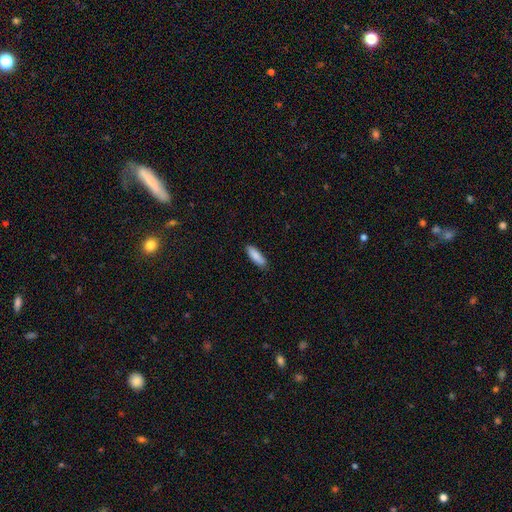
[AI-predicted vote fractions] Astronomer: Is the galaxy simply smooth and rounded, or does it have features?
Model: smooth — 88%.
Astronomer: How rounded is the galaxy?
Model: in between — 51% (runner-up: cigar-shaped, 48%).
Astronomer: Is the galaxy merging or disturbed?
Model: none — 88%.